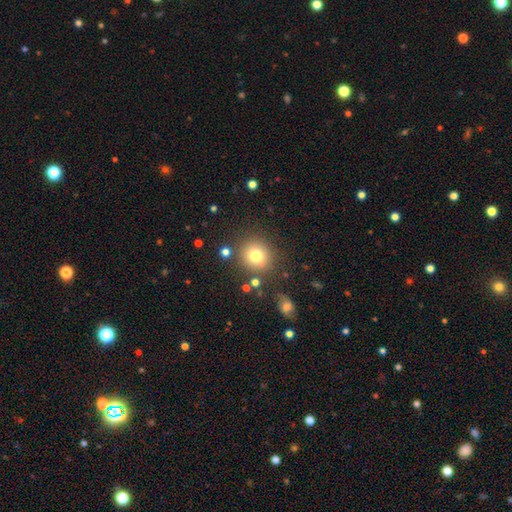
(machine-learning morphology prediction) A smooth galaxy with no disk features (77%) that is round (91%). Merging: none (83%).